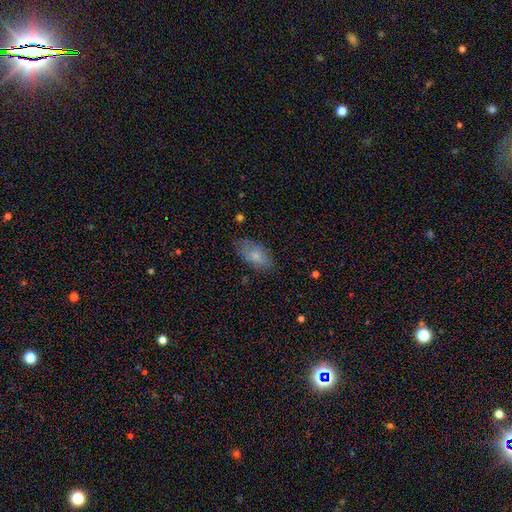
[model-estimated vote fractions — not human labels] Smooth or featured?
  - smooth: 76% *
  - featured or disk: 16%
  - star or artifact: 7%
How rounded?
  - in between: 91% *
  - cigar-shaped: 5%
  - round: 4%
Merging?
  - none: 73% *
  - minor disturbance: 20%
  - major disturbance: 6%
  - merger: 2%